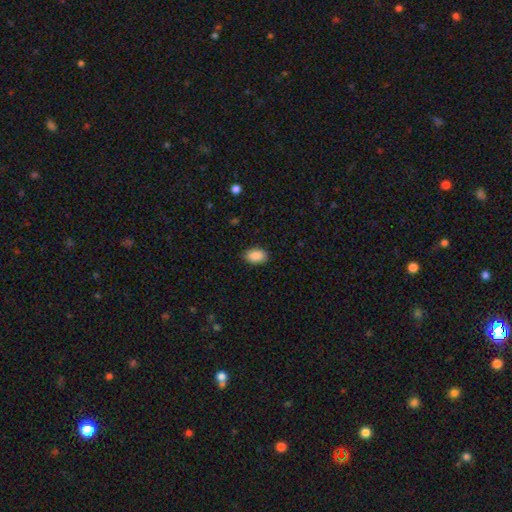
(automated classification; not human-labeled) Smooth or featured: smooth — 90% (star or artifact — 7%)
How rounded: in between — 89% (round — 10%)
Merging: none — 86% (minor disturbance — 11%)